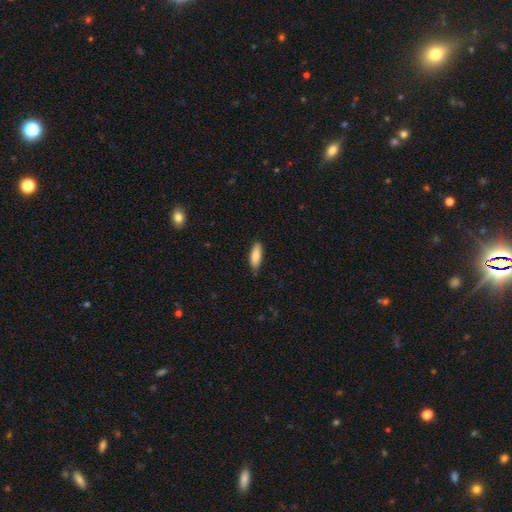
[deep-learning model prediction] This is clearly a smooth galaxy (83%). How rounded: likely in between (65%). Merging: clearly none (83%).